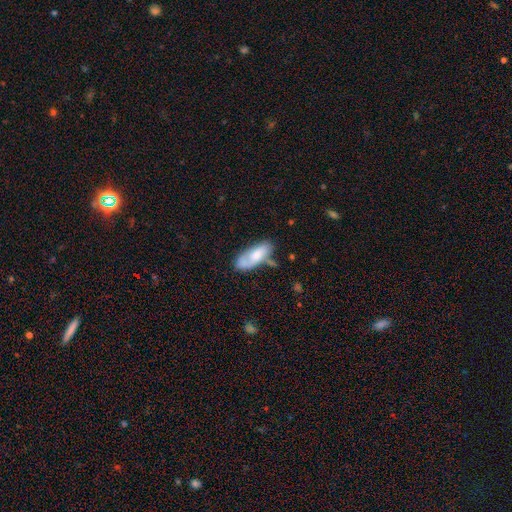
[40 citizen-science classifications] Smooth or featured: smooth — 62% (featured or disk — 28%)
How rounded: in between — 76% (cigar-shaped — 24%)
Merging: minor disturbance — 44% (none — 36%)